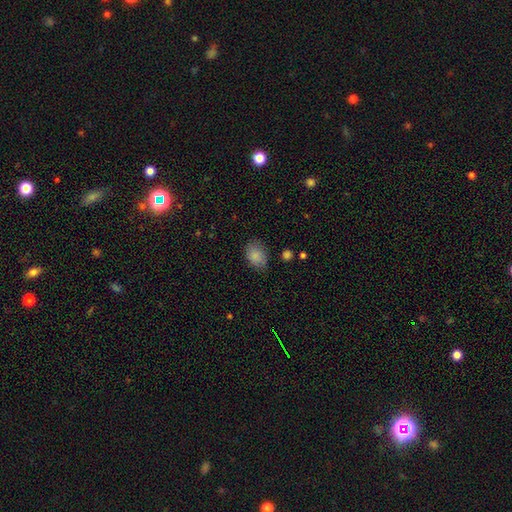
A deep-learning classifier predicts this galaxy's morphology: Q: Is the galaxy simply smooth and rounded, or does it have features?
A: smooth — 86%.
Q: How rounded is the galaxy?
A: in between — 78%.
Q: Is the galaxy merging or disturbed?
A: none — 74%.